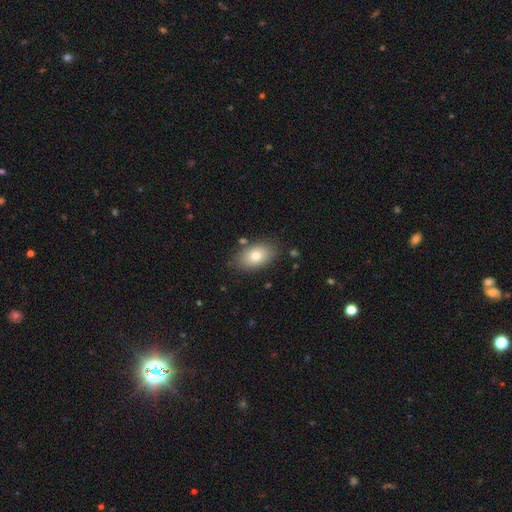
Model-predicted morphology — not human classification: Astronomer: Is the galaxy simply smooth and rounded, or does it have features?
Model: smooth — 77%.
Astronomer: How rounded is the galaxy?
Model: in between — 90%.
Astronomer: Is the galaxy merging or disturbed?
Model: none — 82%.